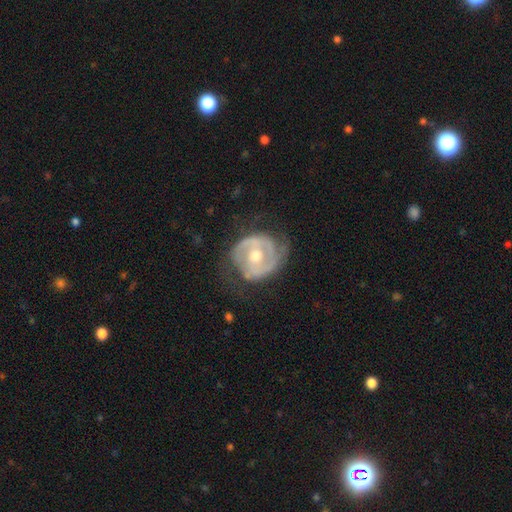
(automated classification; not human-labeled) The model was most divided on "bar": no: 48%, weak: 37%, strong: 15%. Remaining: edge-on disk — no (97%); smooth or featured — featured or disk (78%); bulge size — moderate (75%); spiral arms — yes (75%); spiral arm count — 2 (65%); merging — none (64%); spiral winding — tight (49%).